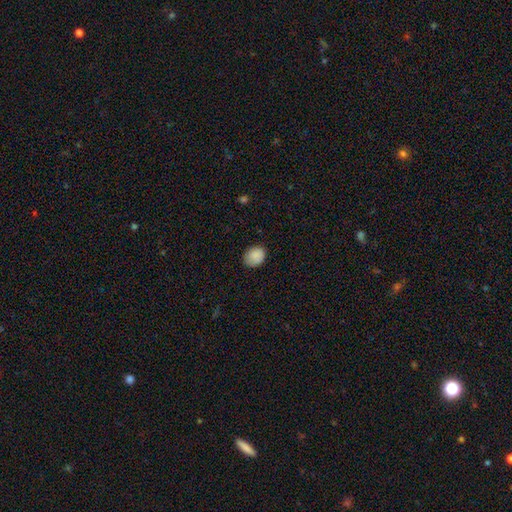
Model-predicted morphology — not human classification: Q: Smooth or featured?
A: smooth (88%); runner-up: star or artifact (8%)
Q: How rounded?
A: round (51%); runner-up: in between (48%)
Q: Merging?
A: none (76%); runner-up: minor disturbance (19%)